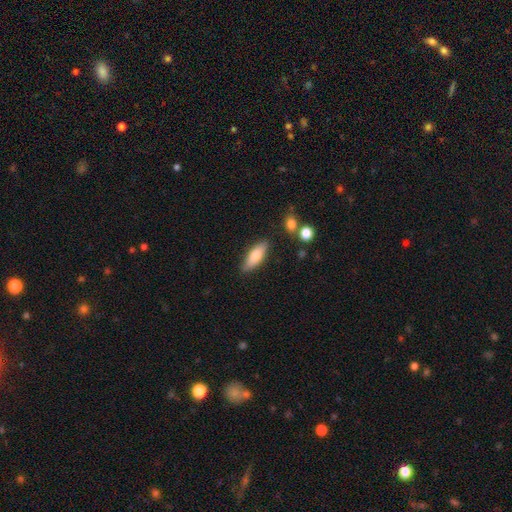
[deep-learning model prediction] This is likely a smooth galaxy (69%). How rounded: likely in between (62%). Merging: clearly none (84%).